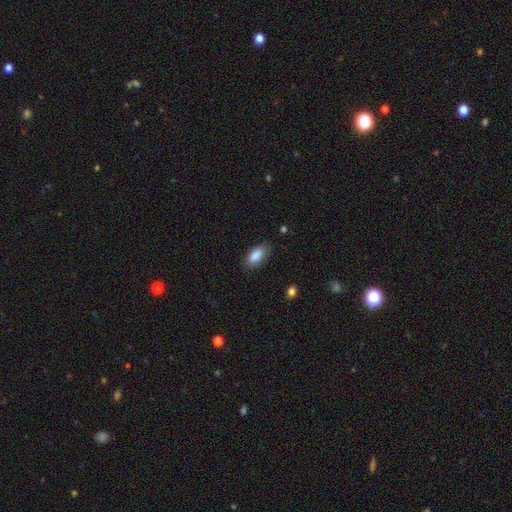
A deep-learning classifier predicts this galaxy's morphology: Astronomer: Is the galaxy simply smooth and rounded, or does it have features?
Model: smooth — 88%.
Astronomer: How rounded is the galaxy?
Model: in between — 90%.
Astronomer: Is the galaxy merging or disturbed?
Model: none — 80%.